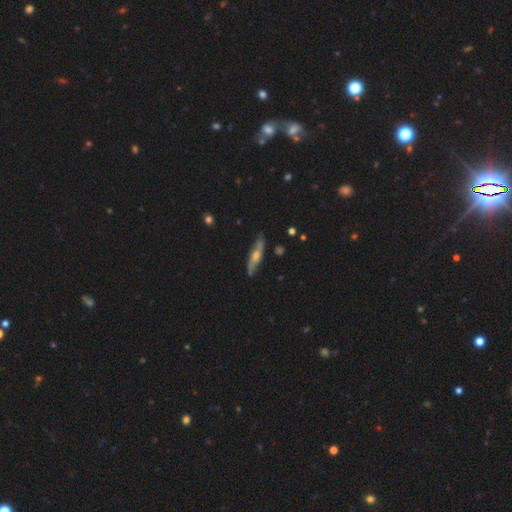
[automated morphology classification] Smooth or featured? Predicted: featured or disk (p=0.67). Edge-on disk? Predicted: yes (p=0.60). Merging? Predicted: none (p=0.81).